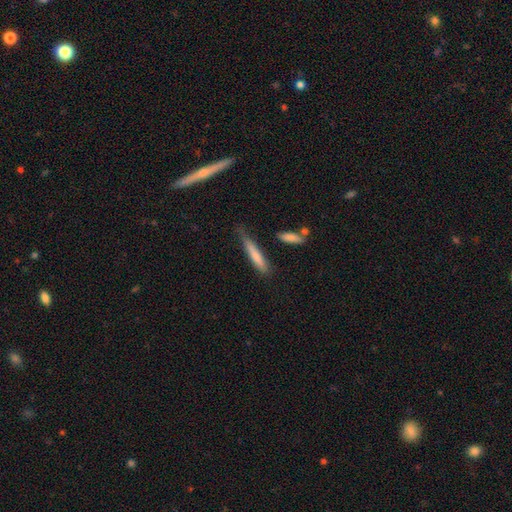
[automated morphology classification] The model was most divided on "merging": none: 64%, minor disturbance: 26%, major disturbance: 6%, merger: 4%. More confident: how rounded — cigar-shaped (90%); smooth or featured — smooth (74%).